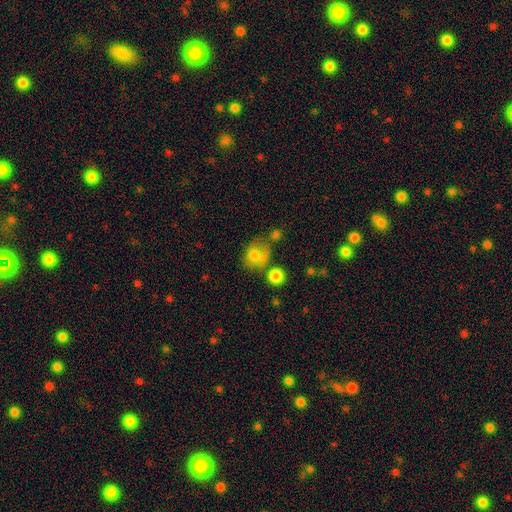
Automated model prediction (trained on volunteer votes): smooth-or-featured: smooth: 75% | featured or disk: 14% | star or artifact: 11%
  how-rounded: round: 56% | in between: 42% | cigar-shaped: 1%
  merging: none: 41% | minor disturbance: 22% | merger: 21% | major disturbance: 15%